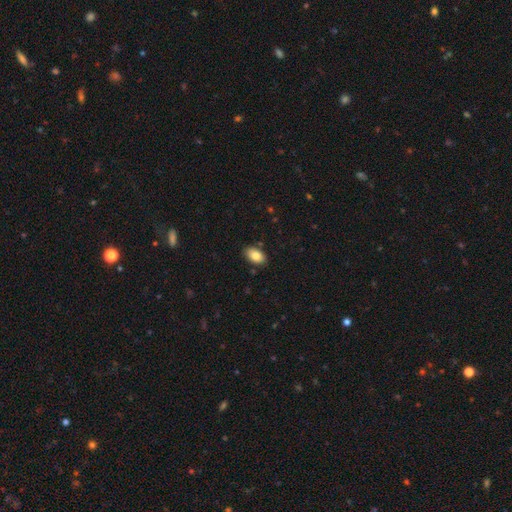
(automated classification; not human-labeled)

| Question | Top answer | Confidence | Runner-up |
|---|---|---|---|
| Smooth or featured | smooth | 82% | featured or disk (10%) |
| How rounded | in between | 92% | round (6%) |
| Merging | none | 86% | minor disturbance (11%) |